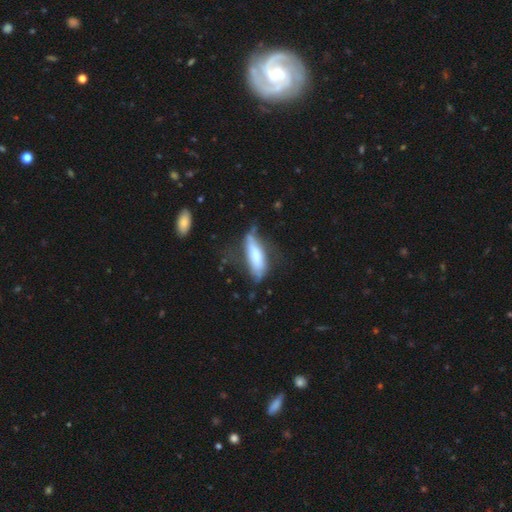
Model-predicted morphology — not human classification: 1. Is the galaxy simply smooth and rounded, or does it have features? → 60% smooth, 34% featured or disk, 7% star or artifact.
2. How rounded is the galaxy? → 52% in between, 46% cigar-shaped, 2% round.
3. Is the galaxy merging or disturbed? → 40% none, 32% minor disturbance, 22% major disturbance, 5% merger.